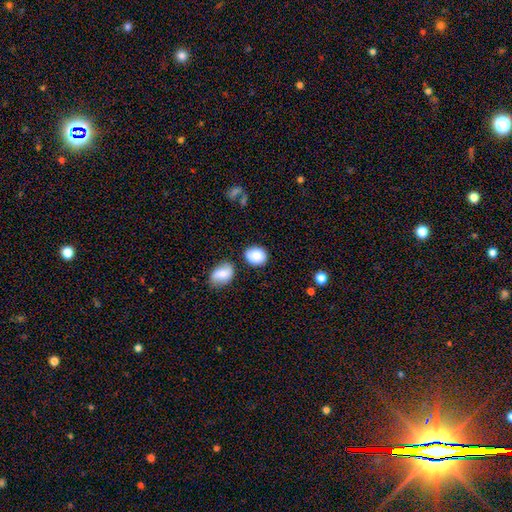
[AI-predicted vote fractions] smooth 85%, star or artifact 8%, featured or disk 7%. Down the decision tree: how rounded — round (55%); merging — none (73%).